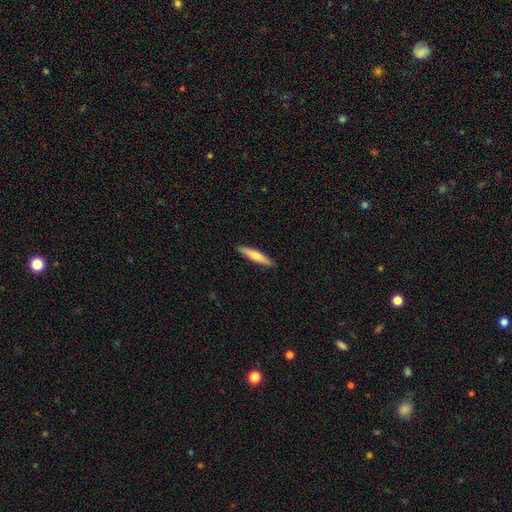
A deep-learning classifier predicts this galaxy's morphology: The model was most divided on "smooth or featured": smooth: 58%, featured or disk: 37%, star or artifact: 5%. More confident: merging — none (91%); how rounded — cigar-shaped (88%).